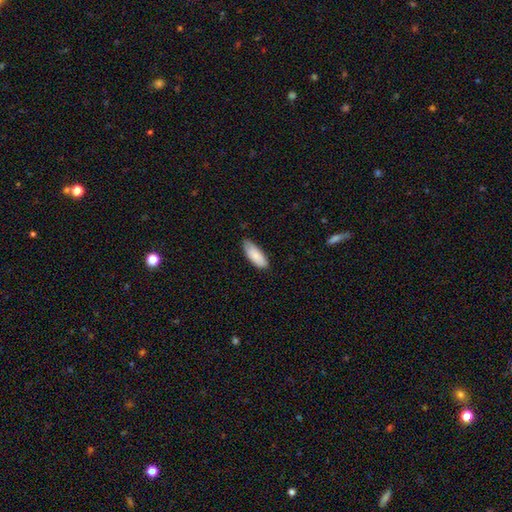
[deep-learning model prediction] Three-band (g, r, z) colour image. It shows a smooth galaxy with no disk features (84%) that is in between round and cigar-shaped (79%). Merging: none (74%).